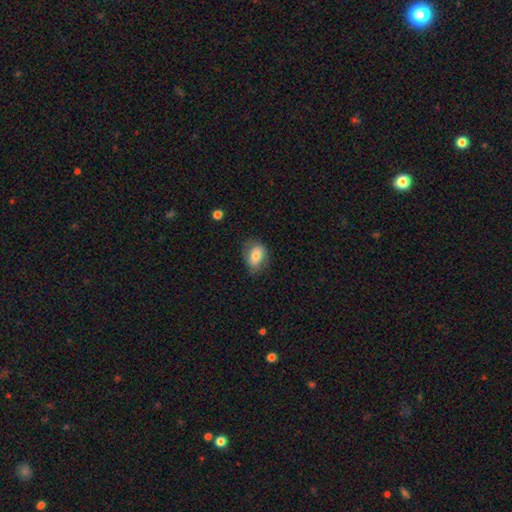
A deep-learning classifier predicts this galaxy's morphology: This is likely a smooth galaxy (73%). How rounded: likely in between (71%). Merging: likely none (70%).